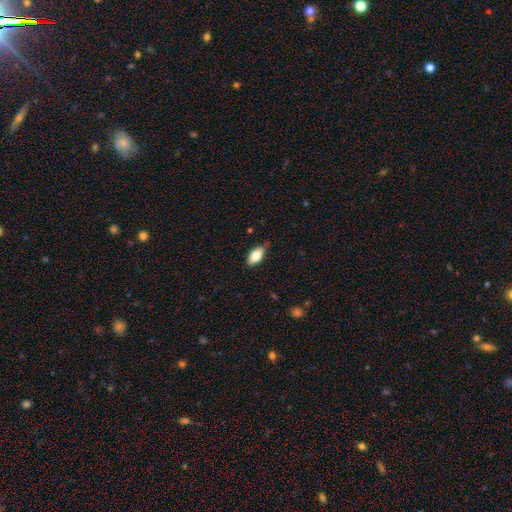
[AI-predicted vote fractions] Morphology: type=smooth (81%); roundness=in between (89%); merging=none (77%).